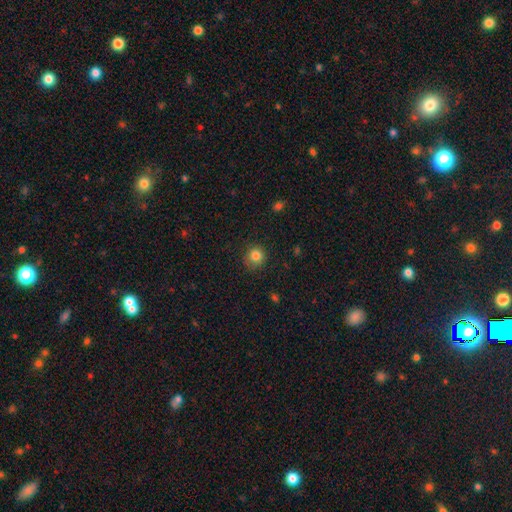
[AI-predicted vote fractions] Q: Smooth or featured?
A: smooth (83%); runner-up: star or artifact (12%)
Q: How rounded?
A: round (89%); runner-up: in between (10%)
Q: Merging?
A: none (82%); runner-up: minor disturbance (13%)